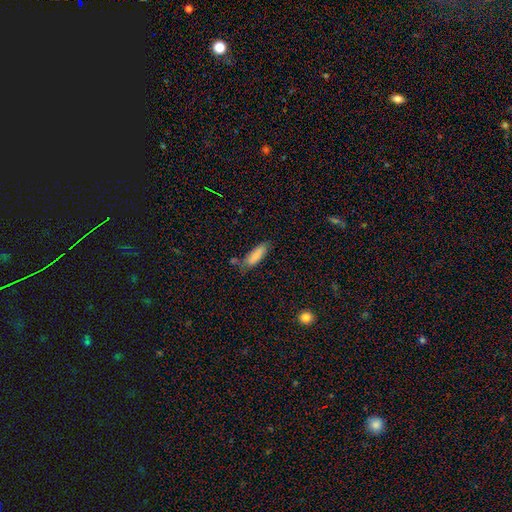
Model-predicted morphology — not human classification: Overall: smooth (84%). How rounded: in between (57%; cigar-shaped 41%). Merging: none (60%; minor disturbance 25%).